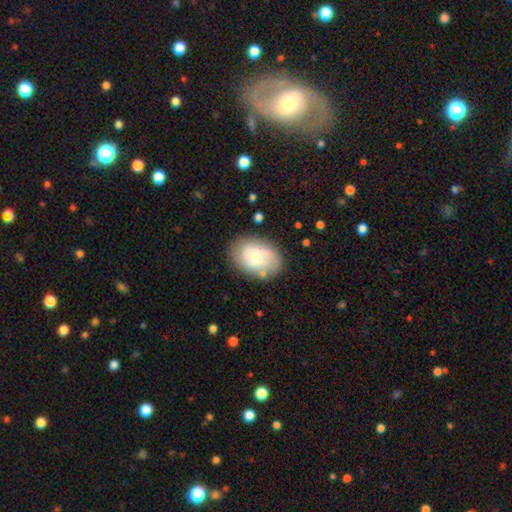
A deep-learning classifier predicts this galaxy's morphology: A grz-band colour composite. It shows a smooth galaxy with no disk features (47%). Merging: none (73%).